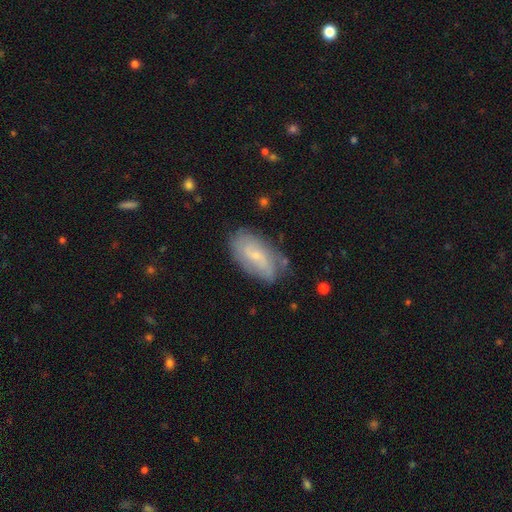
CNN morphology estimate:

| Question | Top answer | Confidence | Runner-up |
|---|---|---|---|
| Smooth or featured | featured or disk | 59% | smooth (34%) |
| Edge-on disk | no | 93% | yes (7%) |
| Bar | no | 47% | weak (43%) |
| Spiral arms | yes | 79% | no (21%) |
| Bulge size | small | 73% | moderate (21%) |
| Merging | none | 72% | minor disturbance (20%) |